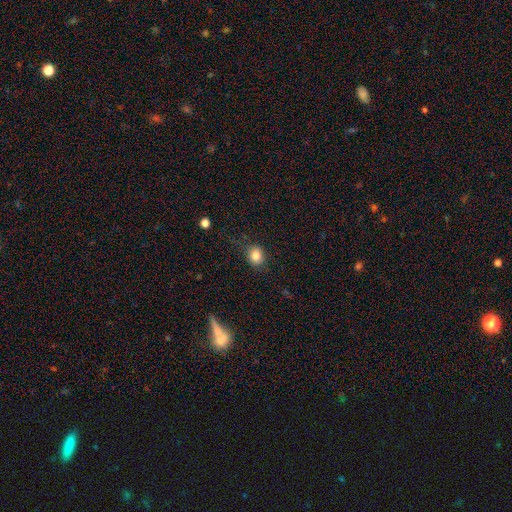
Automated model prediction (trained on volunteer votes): This appears to be a smooth galaxy with no disk features (83%) that is round (70%). Merging: none (81%).